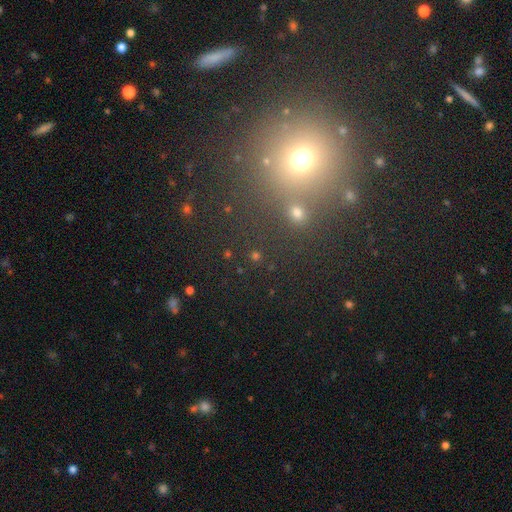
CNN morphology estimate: The model was most divided on "smooth or featured": smooth: 46%, star or artifact: 44%, featured or disk: 9%. More confident: merging — none (77%).